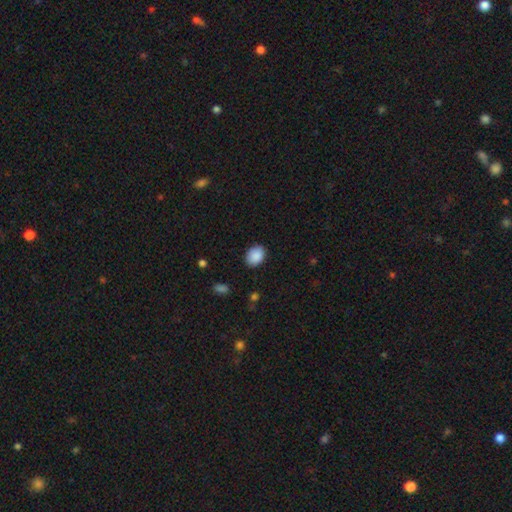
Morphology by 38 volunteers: type=smooth (97%); roundness=in between (70%); merging=none (86%).